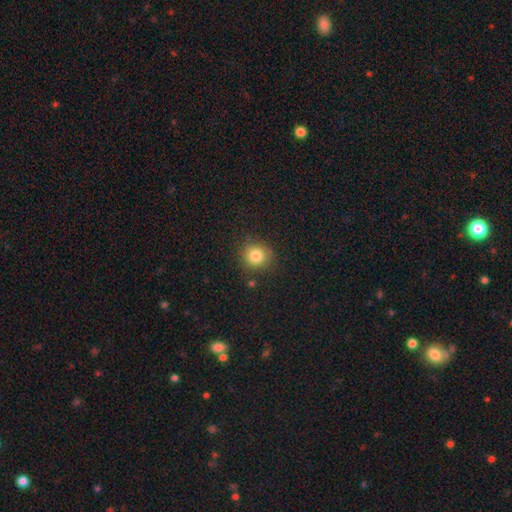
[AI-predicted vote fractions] This appears to be a smooth galaxy with no disk features (82%) that is round (88%). Merging: none (84%).